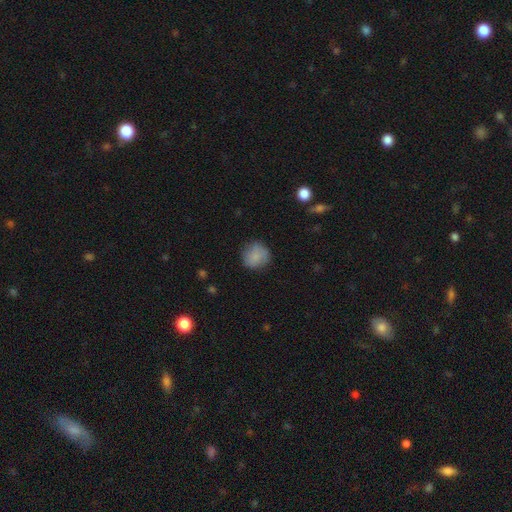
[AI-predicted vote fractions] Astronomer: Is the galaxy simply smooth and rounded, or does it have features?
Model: smooth — 84%.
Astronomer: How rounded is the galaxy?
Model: round — 90%.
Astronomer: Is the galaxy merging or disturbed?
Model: none — 80%.